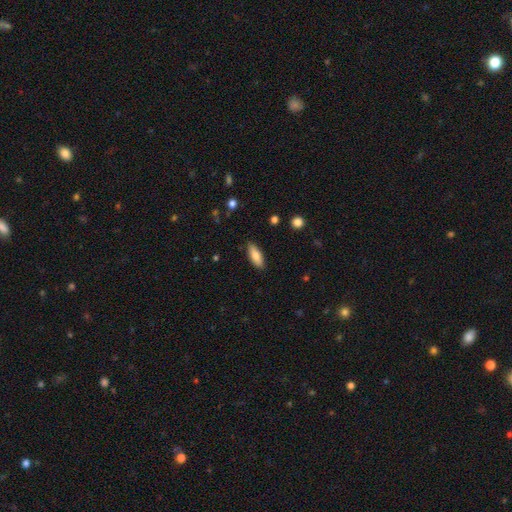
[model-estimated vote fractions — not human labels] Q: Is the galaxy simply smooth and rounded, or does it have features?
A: smooth — 80%.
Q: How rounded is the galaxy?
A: in between — 69%.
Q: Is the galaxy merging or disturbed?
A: none — 87%.